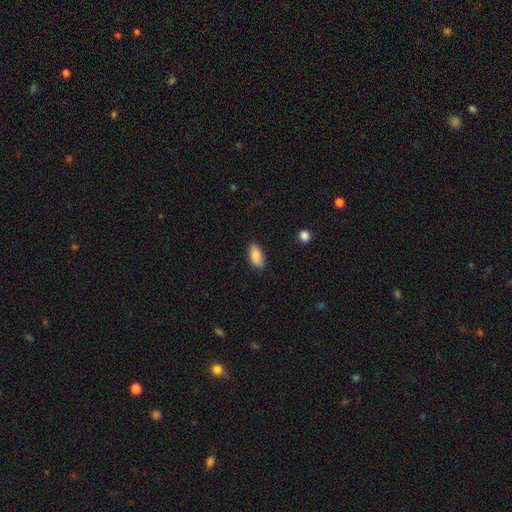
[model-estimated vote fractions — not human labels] Morphology: type=smooth (85%); roundness=in between (88%); merging=none (83%).